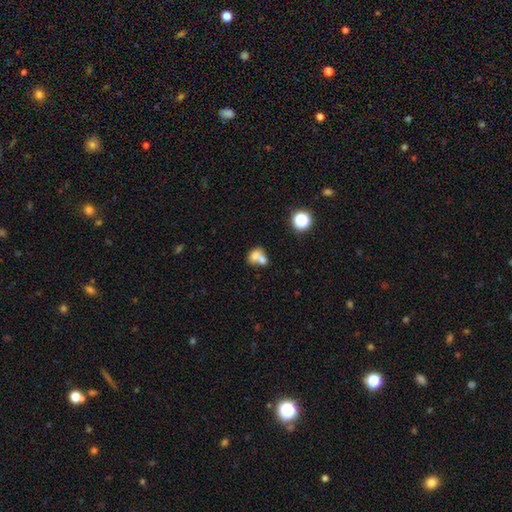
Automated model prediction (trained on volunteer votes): Smooth or featured? Predicted: smooth (p=0.69). How rounded? Predicted: in between (p=0.58). Merging? Predicted: merger (p=0.67).